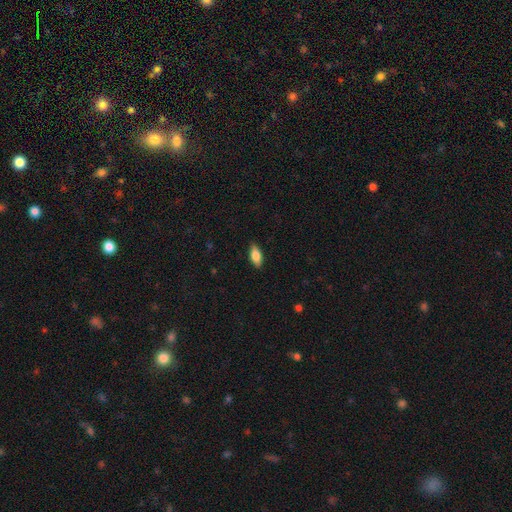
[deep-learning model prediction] Overall: smooth (78%). How rounded: in between (83%). Merging: none (86%).